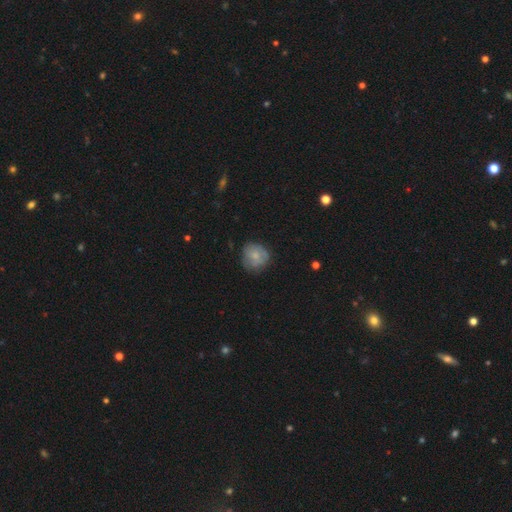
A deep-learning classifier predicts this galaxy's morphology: smooth 69%, featured or disk 23%, star or artifact 8%. Down the decision tree: how rounded — round (85%); merging — none (68%).